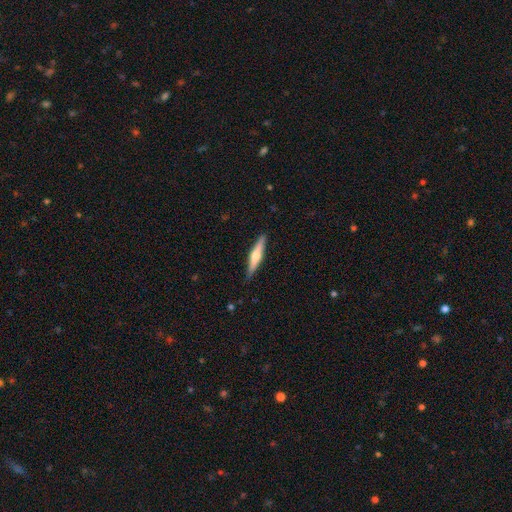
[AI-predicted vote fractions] smooth-or-featured: featured or disk: 60% | smooth: 35% | star or artifact: 5%
  disk-edge-on: yes: 97% | no: 3%
    edge-on-bulge: rounded: 89% | boxy: 6% | none: 5%
  merging: none: 89% | minor disturbance: 8% | major disturbance: 2% | merger: 1%